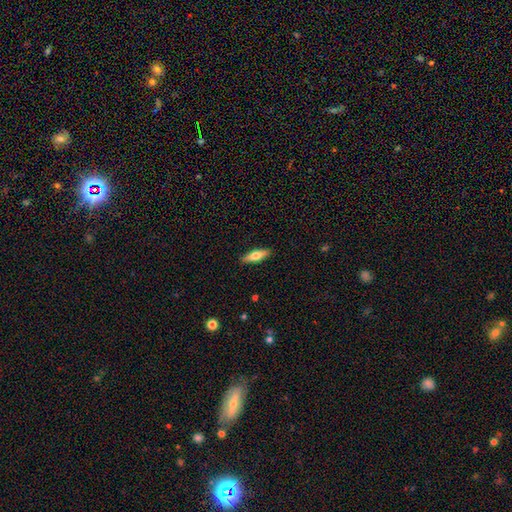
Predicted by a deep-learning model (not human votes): The model was most divided on "how rounded": cigar-shaped: 57%, in between: 41%, round: 2%. More confident: merging — none (90%); smooth or featured — smooth (60%).